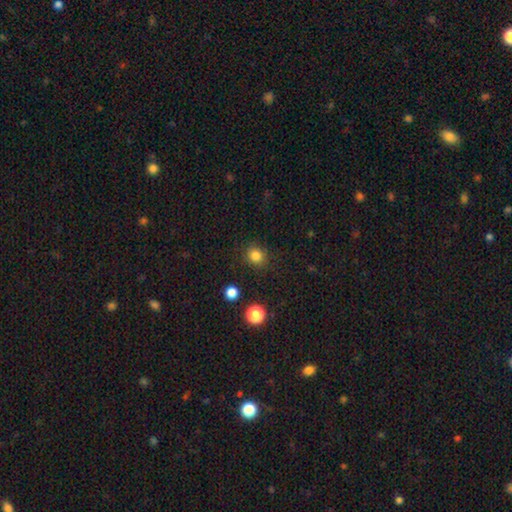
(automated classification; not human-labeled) Smooth or featured?
  - smooth: 83% *
  - star or artifact: 13%
  - featured or disk: 4%
How rounded?
  - round: 83% *
  - in between: 16%
  - cigar-shaped: 1%
Merging?
  - none: 88% *
  - minor disturbance: 8%
  - major disturbance: 3%
  - merger: 1%